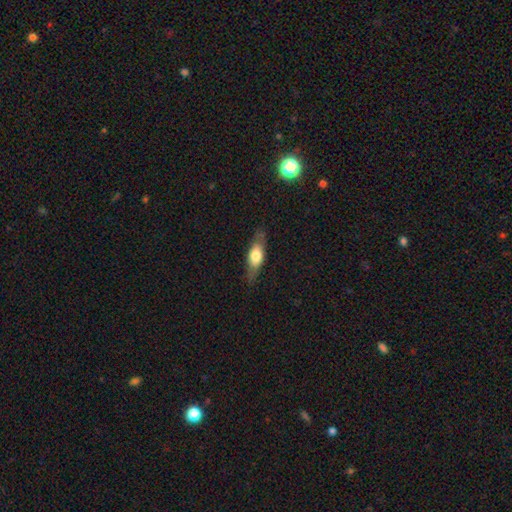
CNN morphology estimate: Smooth or featured?
  - smooth: 54% *
  - featured or disk: 40%
  - star or artifact: 6%
How rounded?
  - in between: 60% *
  - cigar-shaped: 35%
  - round: 5%
Merging?
  - none: 78% *
  - minor disturbance: 16%
  - major disturbance: 5%
  - merger: 1%